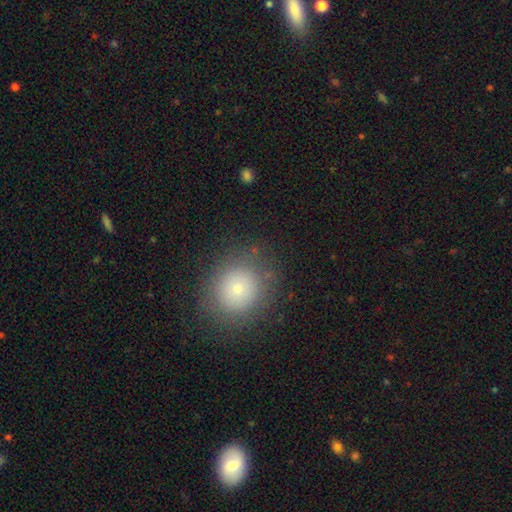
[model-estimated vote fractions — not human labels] Smooth or featured? Predicted: smooth (p=0.70). How rounded? Predicted: round (p=0.79). Merging? Predicted: none (p=0.84).